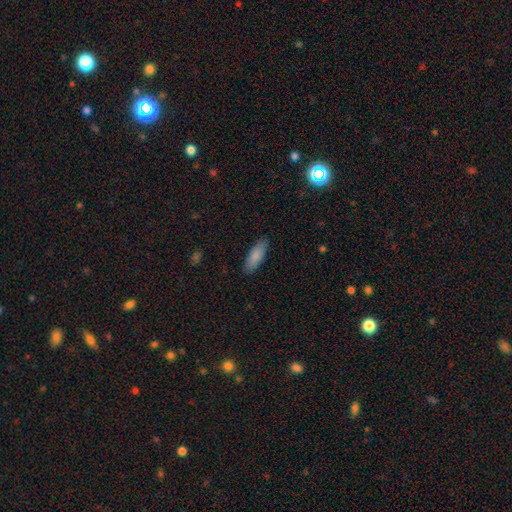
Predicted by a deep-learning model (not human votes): A smooth galaxy with no disk features (87%) that is in between round and cigar-shaped (70%). Merging: none (87%).